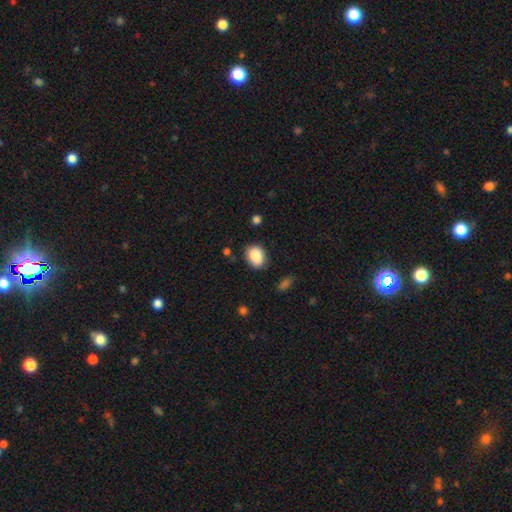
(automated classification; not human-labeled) Q: Smooth or featured?
A: smooth (88%); runner-up: star or artifact (8%)
Q: How rounded?
A: in between (64%); runner-up: round (35%)
Q: Merging?
A: none (82%); runner-up: minor disturbance (13%)